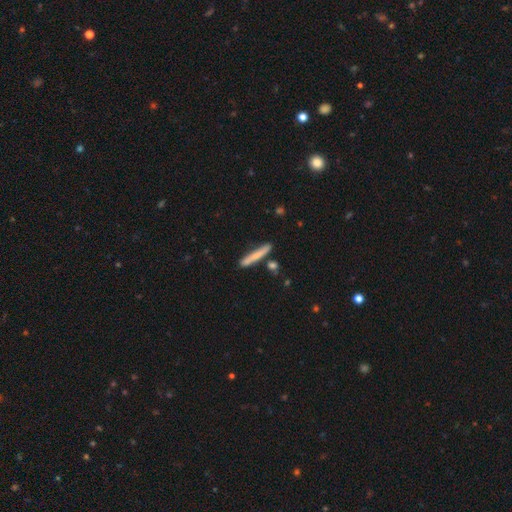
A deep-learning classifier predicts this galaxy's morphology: Smooth or featured? Predicted: smooth (p=0.69). How rounded? Predicted: cigar-shaped (p=0.94). Merging? Predicted: none (p=0.75).